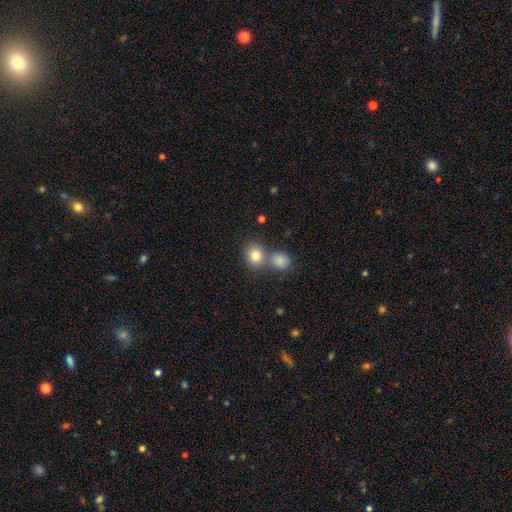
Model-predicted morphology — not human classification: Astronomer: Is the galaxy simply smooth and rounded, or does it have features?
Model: smooth — 81%.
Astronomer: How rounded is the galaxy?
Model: round — 74%.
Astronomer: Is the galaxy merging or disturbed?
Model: none — 52% (runner-up: merger, 38%).